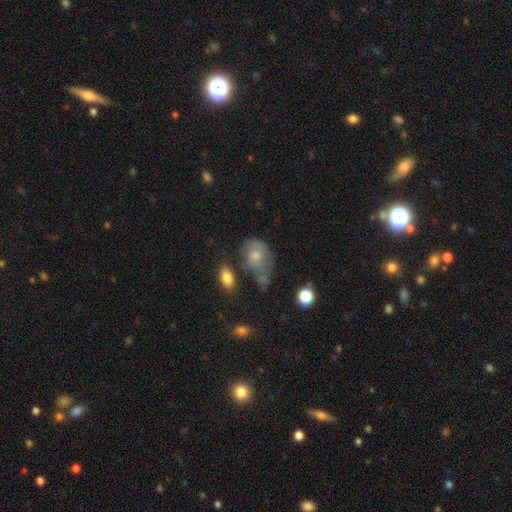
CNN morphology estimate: Smooth or featured: smooth — 59% (featured or disk — 32%)
How rounded: in between — 66% (round — 33%)
Merging: minor disturbance — 28% (tied with major disturbance — 28%)